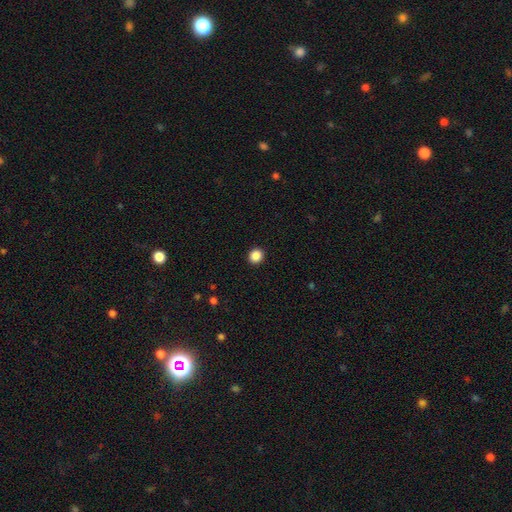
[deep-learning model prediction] smooth-or-featured: smooth: 87% | star or artifact: 10% | featured or disk: 3%
  how-rounded: round: 84% | in between: 15% | cigar-shaped: 1%
  merging: none: 93% | minor disturbance: 5% | major disturbance: 2% | merger: 1%